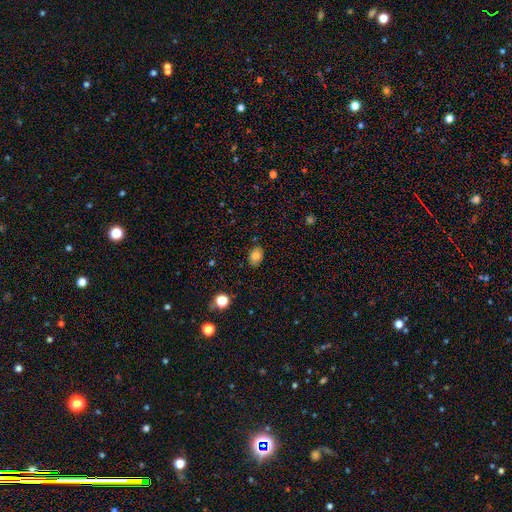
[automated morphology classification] type=smooth (81%); roundness=in between (78%); merging=none (85%).